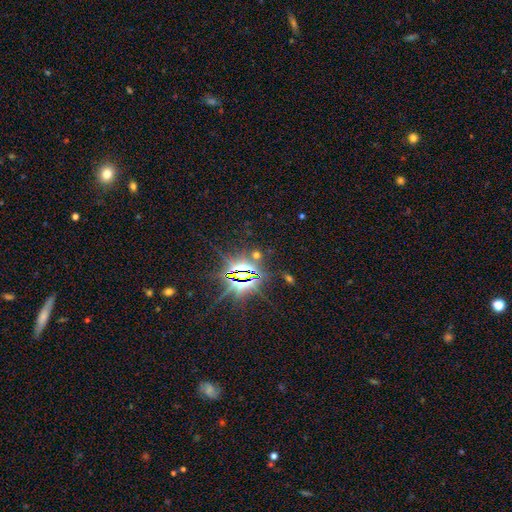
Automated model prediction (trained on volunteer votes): smooth_or_featured: star or artifact (p=0.80) [alt: smooth p=0.11]